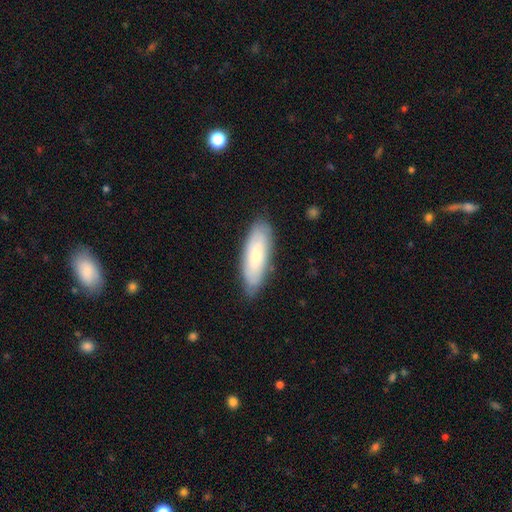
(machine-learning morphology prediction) smooth_or_featured: smooth (p=0.70) [alt: featured or disk p=0.24]
how_rounded: in between (p=0.60) [alt: cigar-shaped p=0.39]
merging: none (p=0.83) [alt: minor disturbance p=0.14]